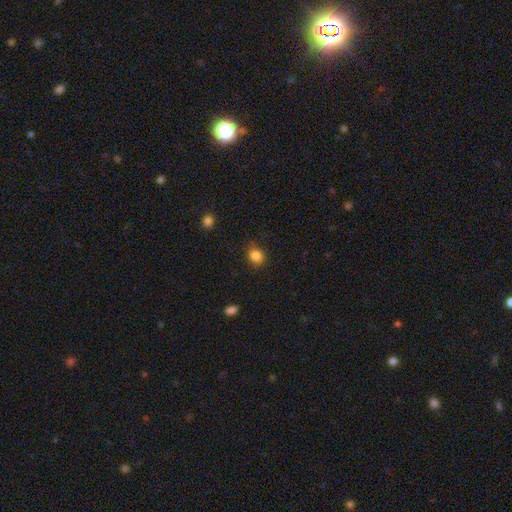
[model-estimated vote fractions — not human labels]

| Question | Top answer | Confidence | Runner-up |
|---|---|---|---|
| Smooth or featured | smooth | 85% | star or artifact (11%) |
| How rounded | round | 67% | in between (32%) |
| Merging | none | 80% | minor disturbance (15%) |